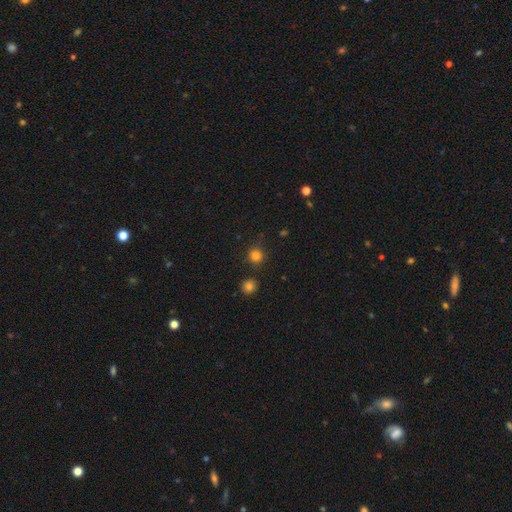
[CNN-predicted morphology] smooth_or_featured: smooth (p=0.82) [alt: star or artifact p=0.14]
how_rounded: round (p=0.91) [alt: in between p=0.08]
merging: none (p=0.84) [alt: minor disturbance p=0.09]